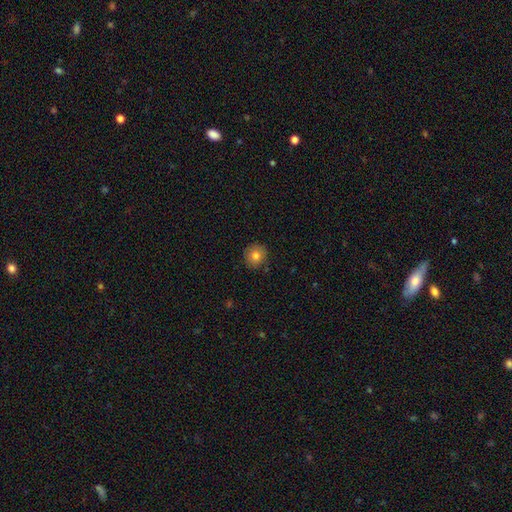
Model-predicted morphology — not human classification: smooth-or-featured: smooth: 79% | featured or disk: 10% | star or artifact: 10%
  how-rounded: round: 91% | in between: 9% | cigar-shaped: 1%
  merging: none: 87% | minor disturbance: 9% | major disturbance: 2% | merger: 1%